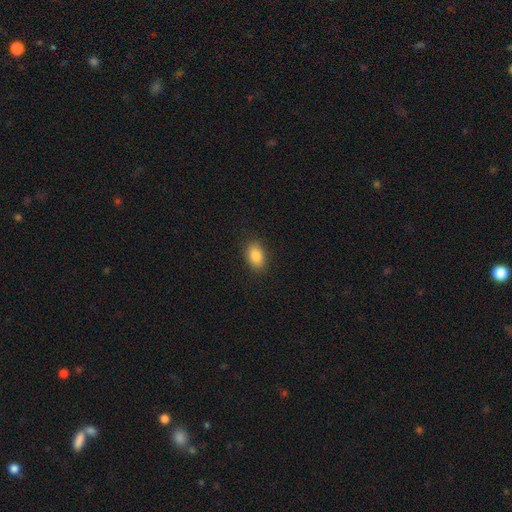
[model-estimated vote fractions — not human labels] Q: Smooth or featured?
A: smooth (87%); runner-up: star or artifact (8%)
Q: How rounded?
A: in between (85%); runner-up: round (13%)
Q: Merging?
A: none (88%); runner-up: minor disturbance (9%)